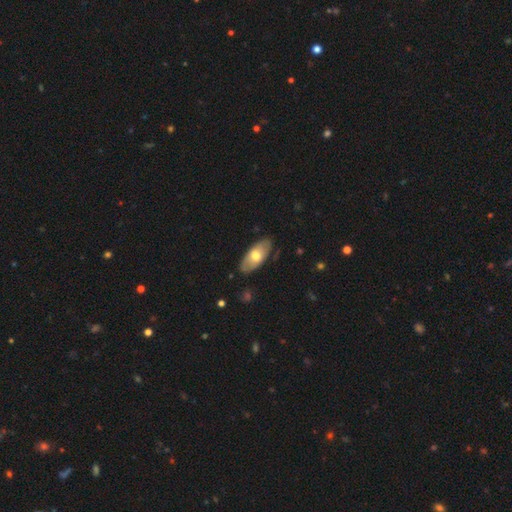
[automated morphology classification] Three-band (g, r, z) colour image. It shows a smooth galaxy with no disk features (62%) that is in between round and cigar-shaped (90%). Merging: none (84%).